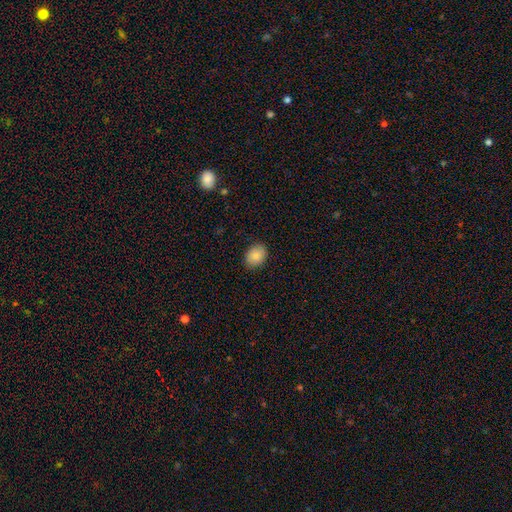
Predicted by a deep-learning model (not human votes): Morphology: type=smooth (86%); roundness=in between (63%); merging=none (87%).